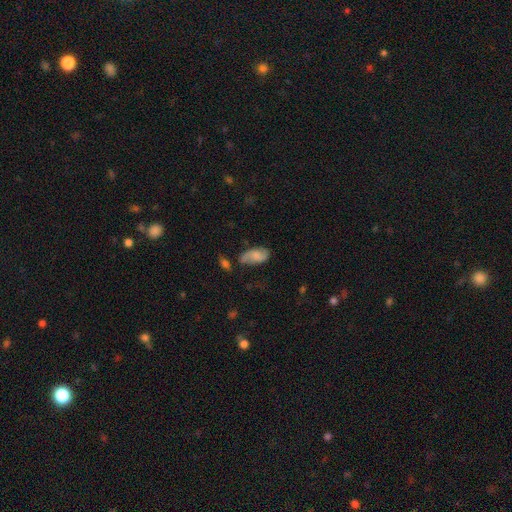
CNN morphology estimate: A smooth galaxy with no disk features (64%) that is in between round and cigar-shaped (93%). Merging: none (59%).